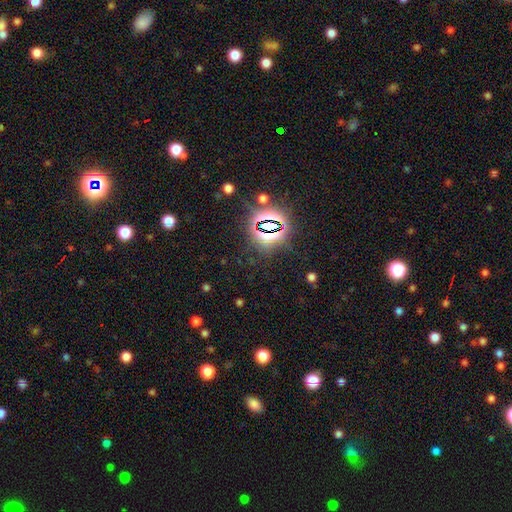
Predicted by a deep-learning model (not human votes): A star or artifact, not a galaxy (81%).

Vote fractions:
- Smooth or featured? star or artifact: 81% / smooth: 12% / featured or disk: 8%